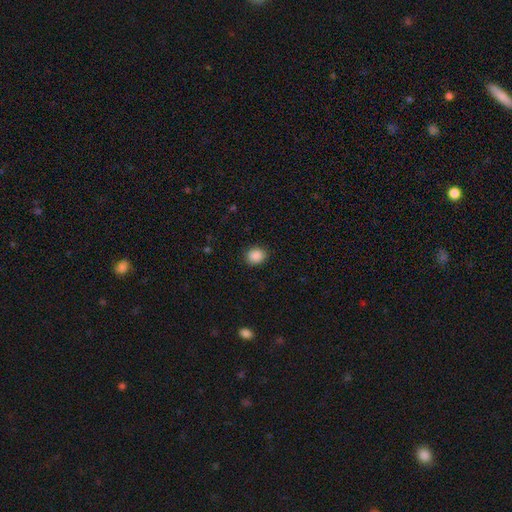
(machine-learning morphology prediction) Smooth or featured: smooth — 88% (star or artifact — 9%)
How rounded: round — 74% (in between — 25%)
Merging: none — 89% (minor disturbance — 8%)